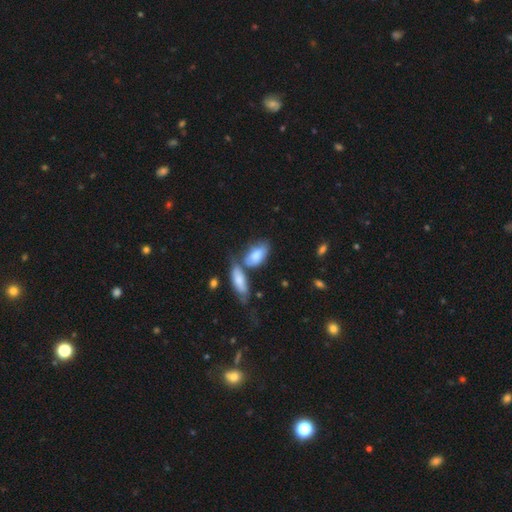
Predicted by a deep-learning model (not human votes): A smooth galaxy with no disk features (75%) that is in between round and cigar-shaped (89%). Merging: none (40%).